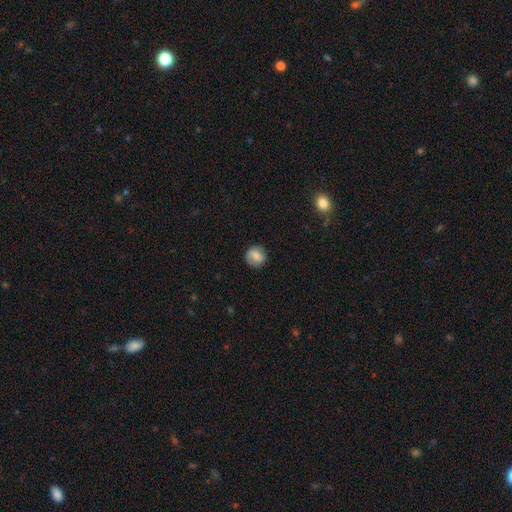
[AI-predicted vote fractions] This is likely a smooth galaxy (72%). How rounded: clearly round (89%). Merging: clearly none (85%).